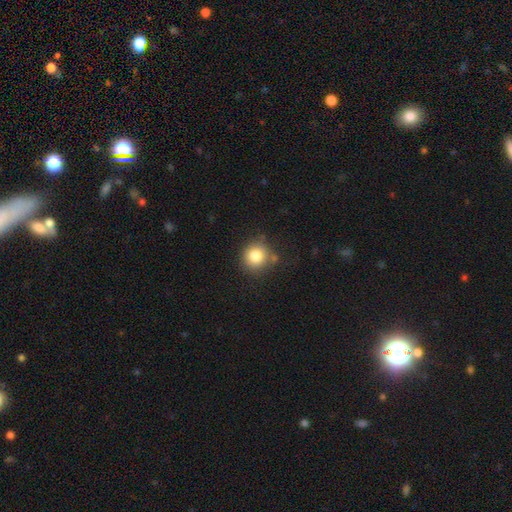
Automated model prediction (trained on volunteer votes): Overall: smooth (81%). How rounded: round (89%). Merging: none (77%).